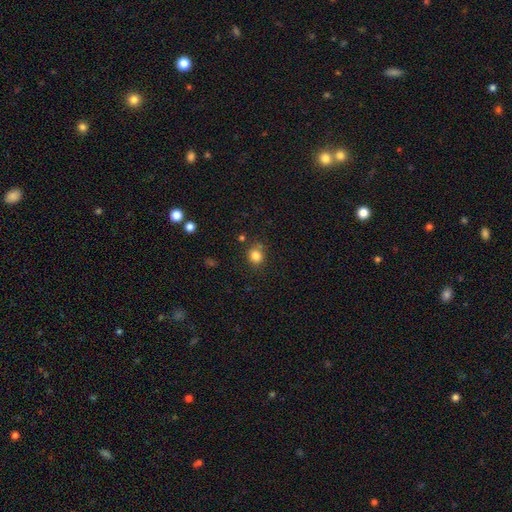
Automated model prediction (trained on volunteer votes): A smooth galaxy with no disk features (83%) that is round (79%). Merging: none (77%).